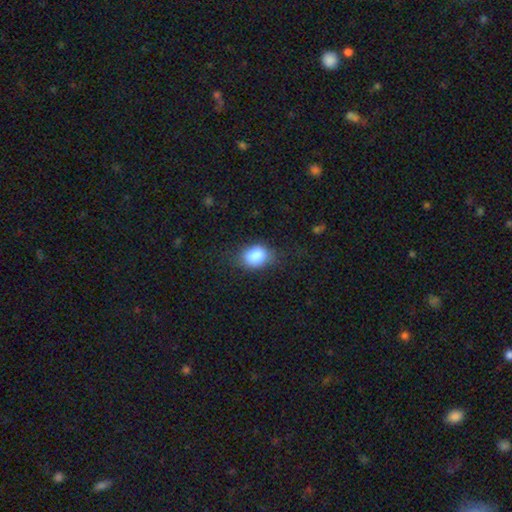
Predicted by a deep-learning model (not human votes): Overall: smooth (85%). How rounded: in between (65%; round 33%). Merging: none (67%).